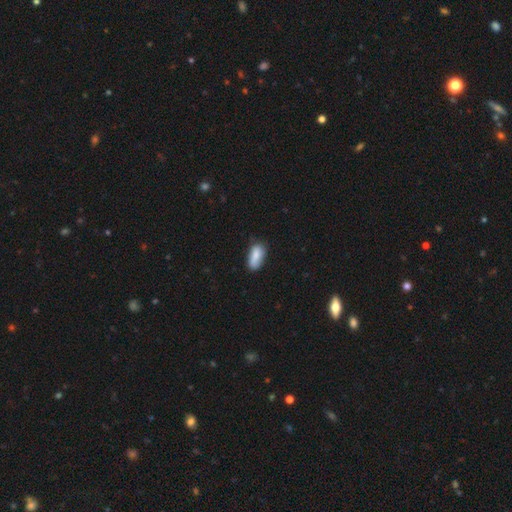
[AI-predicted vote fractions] Smooth or featured?
  - smooth: 84% *
  - featured or disk: 9%
  - star or artifact: 7%
How rounded?
  - in between: 85% *
  - cigar-shaped: 12%
  - round: 3%
Merging?
  - none: 65% *
  - minor disturbance: 27%
  - major disturbance: 5%
  - merger: 3%